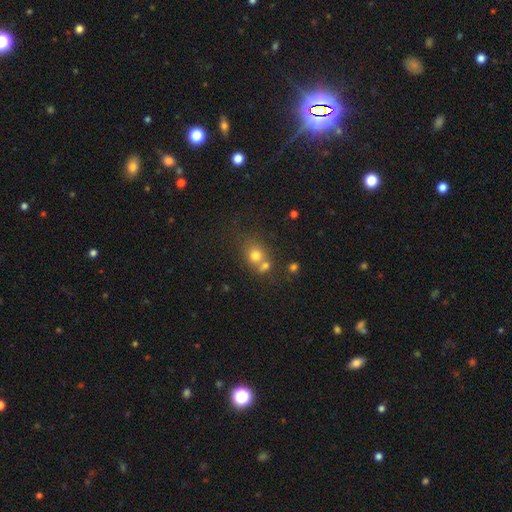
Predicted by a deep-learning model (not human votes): This appears to be a smooth galaxy with no disk features (73%) that is round (73%). Merging: none (43%).